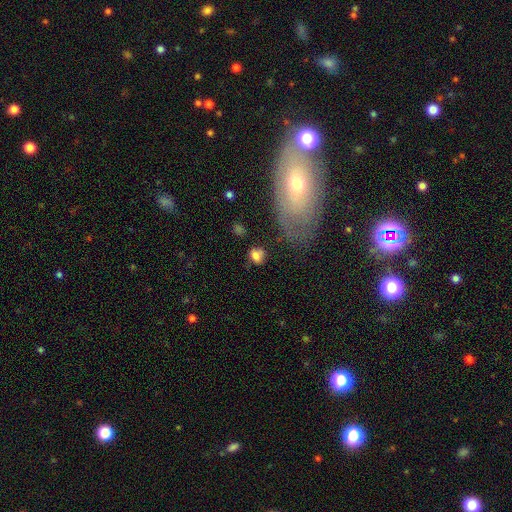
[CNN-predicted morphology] A smooth galaxy with no disk features (73%) that is round (55%).

Vote fractions:
- Smooth or featured? smooth: 73% / featured or disk: 15% / star or artifact: 12%
- How rounded? round: 55% / in between: 43% / cigar-shaped: 2%
- Merging? none: 60% / minor disturbance: 19% / merger: 10% / major disturbance: 10%